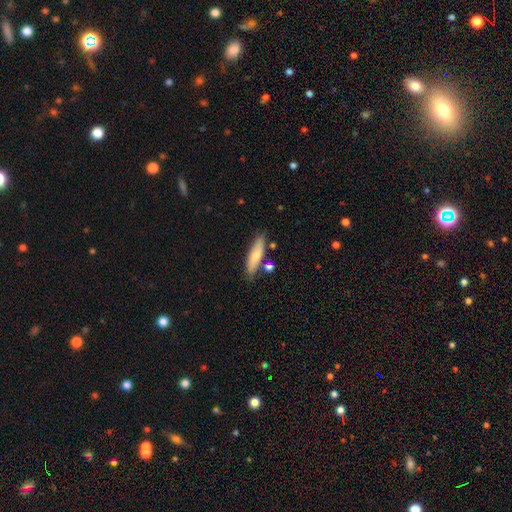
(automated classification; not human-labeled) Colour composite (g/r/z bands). It shows a smooth galaxy with no disk features (75%) that is cigar-shaped (67%). Merging: none (77%).